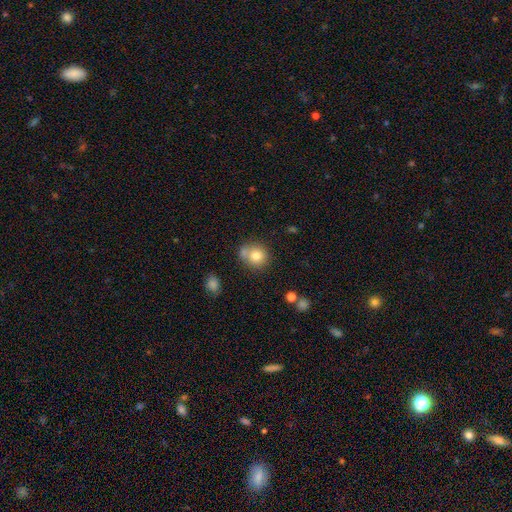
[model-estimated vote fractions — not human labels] The model was most divided on "merging": none: 58%, merger: 21%, minor disturbance: 16%, major disturbance: 5%. More confident: how rounded — round (82%); smooth or featured — smooth (79%).